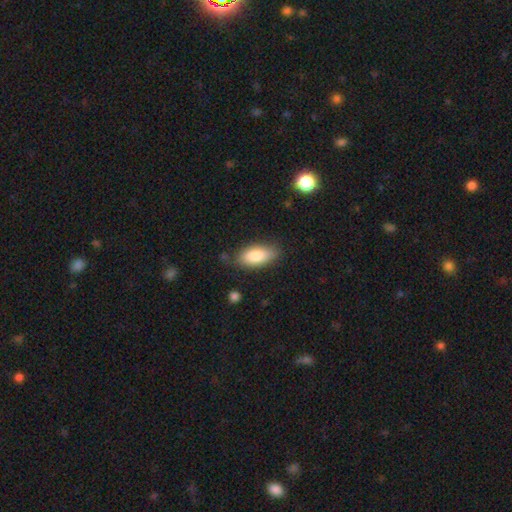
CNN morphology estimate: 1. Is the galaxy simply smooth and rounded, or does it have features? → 84% smooth, 9% featured or disk, 6% star or artifact.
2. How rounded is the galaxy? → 87% in between, 10% cigar-shaped, 2% round.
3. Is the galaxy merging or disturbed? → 78% none, 16% minor disturbance, 4% major disturbance, 2% merger.